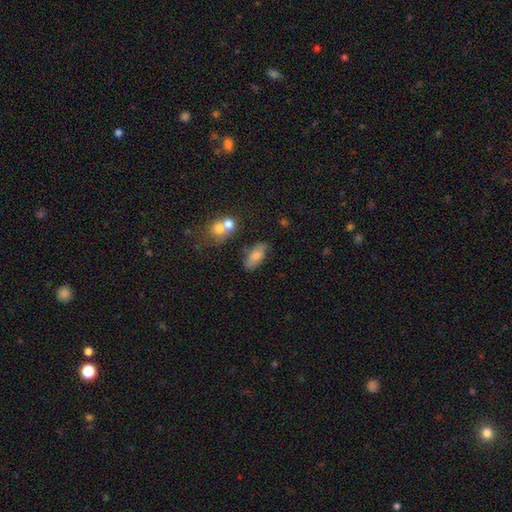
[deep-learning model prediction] smooth 75%, featured or disk 17%, star or artifact 8%. Down the decision tree: how rounded — in between (87%); merging — none (63%).